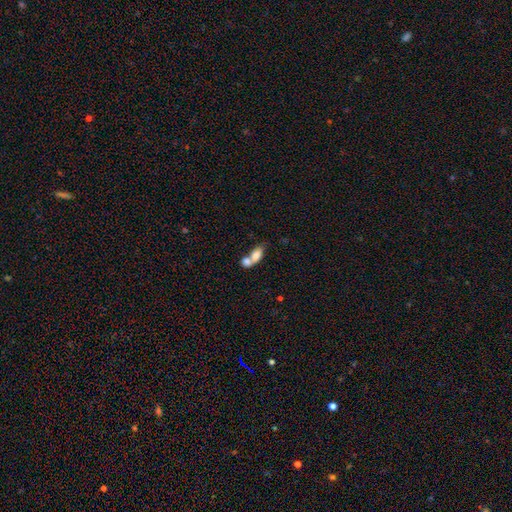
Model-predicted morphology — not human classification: A smooth galaxy with no disk features (76%) that is in between round and cigar-shaped (81%).

Vote fractions:
- Smooth or featured? smooth: 76% / featured or disk: 17% / star or artifact: 8%
- How rounded? in between: 81% / round: 11% / cigar-shaped: 9%
- Merging? merger: 70% / none: 19% / minor disturbance: 7% / major disturbance: 5%